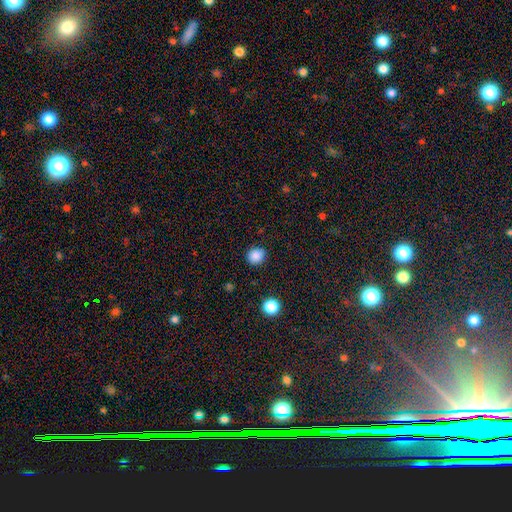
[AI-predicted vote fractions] Overall: smooth (86%). How rounded: round (80%). Merging: none (88%).